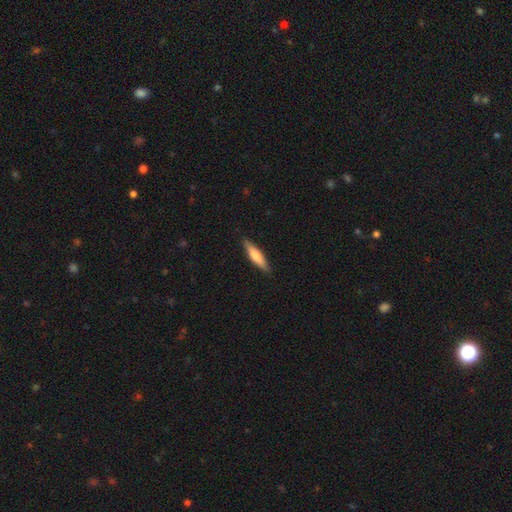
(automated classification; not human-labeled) A smooth galaxy with no disk features (64%) that is cigar-shaped (79%). Merging: none (89%).